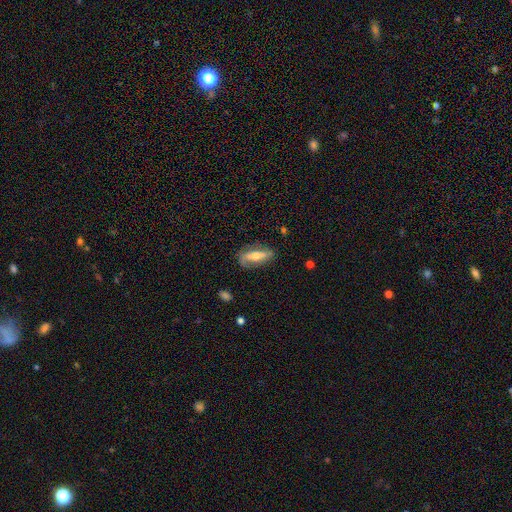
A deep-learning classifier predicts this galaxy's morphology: A featured or disk galaxy (55%). Merging: none (71%).